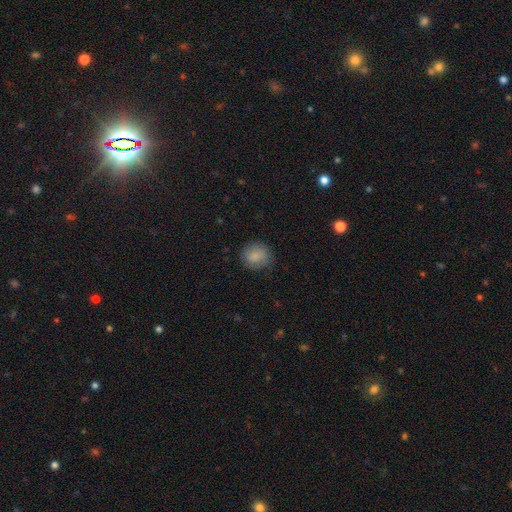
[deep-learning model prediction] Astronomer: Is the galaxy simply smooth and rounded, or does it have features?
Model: smooth — 83%.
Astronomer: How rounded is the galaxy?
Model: round — 81%.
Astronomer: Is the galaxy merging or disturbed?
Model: none — 78%.